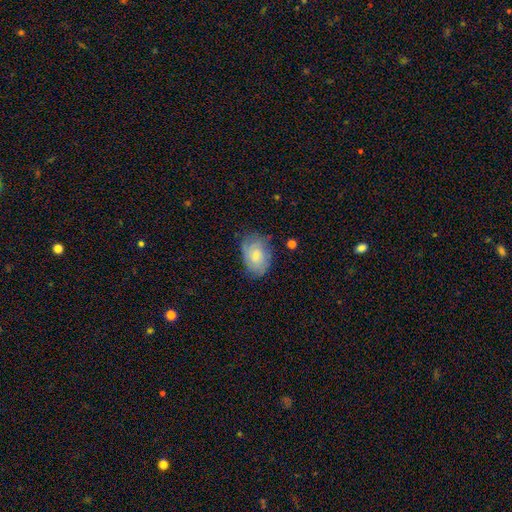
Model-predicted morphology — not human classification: smooth_or_featured: smooth (p=0.57) [alt: featured or disk p=0.35]
how_rounded: in between (p=0.82) [alt: round p=0.16]
merging: none (p=0.65) [alt: minor disturbance p=0.25]